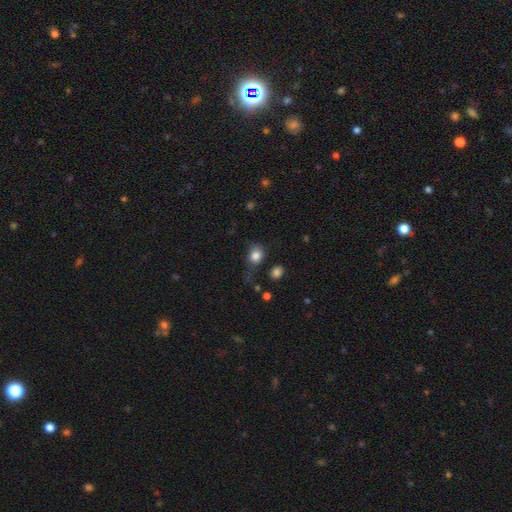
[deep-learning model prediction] Smooth or featured?
  - smooth: 82% *
  - star or artifact: 11%
  - featured or disk: 7%
How rounded?
  - round: 62% *
  - in between: 37%
  - cigar-shaped: 1%
Merging?
  - none: 50% *
  - minor disturbance: 28%
  - major disturbance: 18%
  - merger: 5%